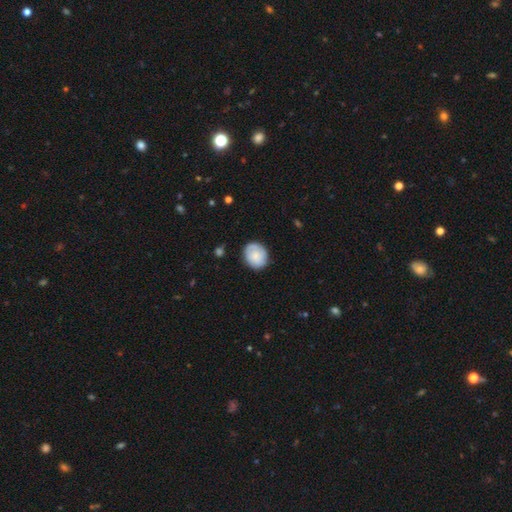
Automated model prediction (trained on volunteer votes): Morphology: type=smooth (70%); roundness=round (64%); merging=none (77%).